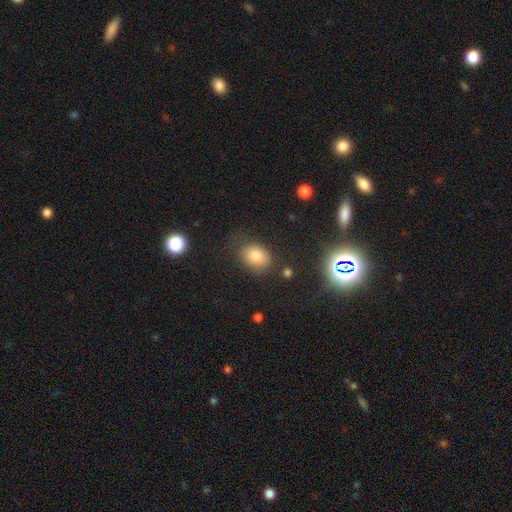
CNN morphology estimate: A smooth galaxy with no disk features (79%) that is in between round and cigar-shaped (71%).

Vote fractions:
- Smooth or featured? smooth: 79% / star or artifact: 13% / featured or disk: 8%
- How rounded? in between: 71% / round: 28% / cigar-shaped: 1%
- Merging? none: 73% / minor disturbance: 18% / major disturbance: 7% / merger: 3%